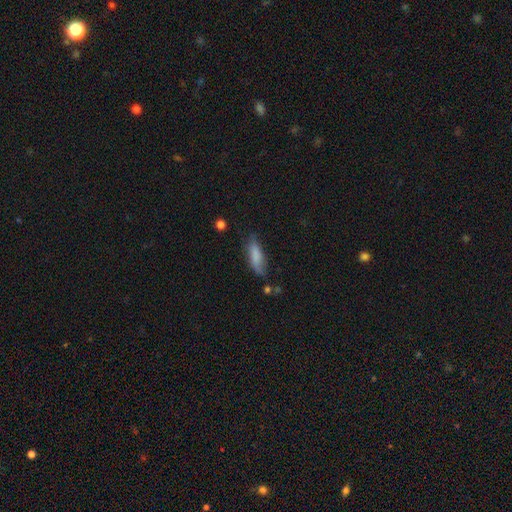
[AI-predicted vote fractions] Overall: smooth (79%). How rounded: in between (52%; cigar-shaped 45%). Merging: none (63%; minor disturbance 27%).